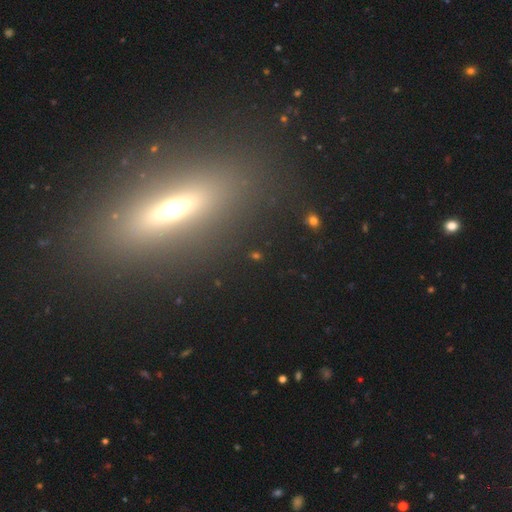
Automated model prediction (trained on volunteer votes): Smooth or featured?
  - star or artifact: 42% *
  - smooth: 33%
  - featured or disk: 25%